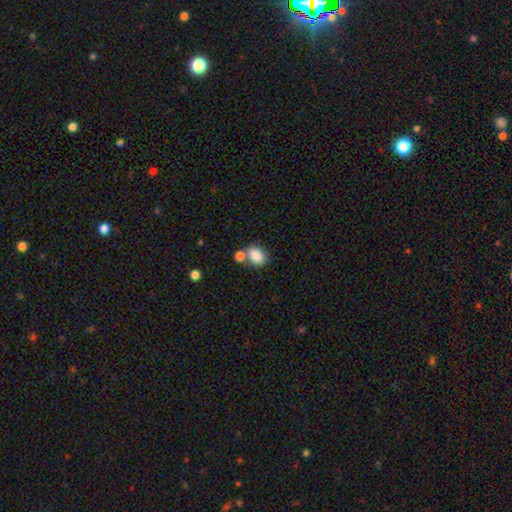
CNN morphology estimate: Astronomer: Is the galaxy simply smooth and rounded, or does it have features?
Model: smooth — 85%.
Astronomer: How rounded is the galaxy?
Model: in between — 70%.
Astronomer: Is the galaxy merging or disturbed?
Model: none — 55%.